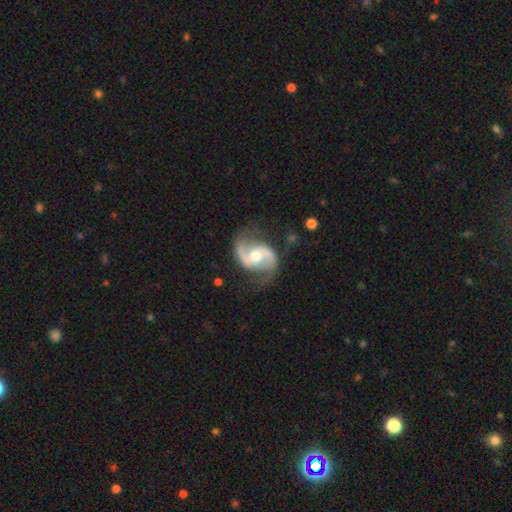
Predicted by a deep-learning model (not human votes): This appears to be a featured or disk galaxy (91%) with no bar (44%), 2 (94%) medium (49%) spiral arms (97%) and a moderate central bulge (70%). Merging: none (74%).